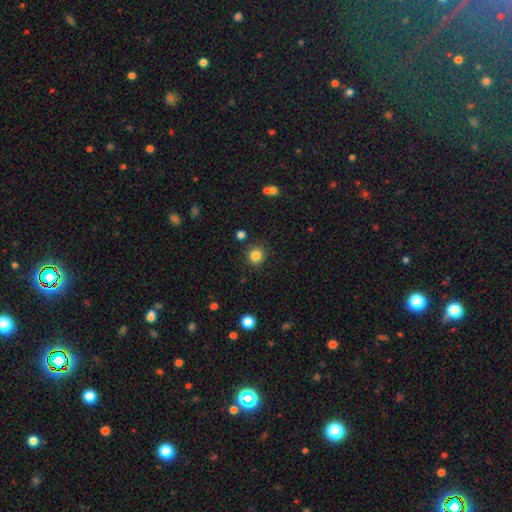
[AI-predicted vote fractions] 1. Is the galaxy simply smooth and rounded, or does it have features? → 83% smooth, 12% star or artifact, 5% featured or disk.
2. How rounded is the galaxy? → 88% round, 11% in between, 1% cigar-shaped.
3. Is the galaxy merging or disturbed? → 88% none, 7% minor disturbance, 3% merger, 2% major disturbance.